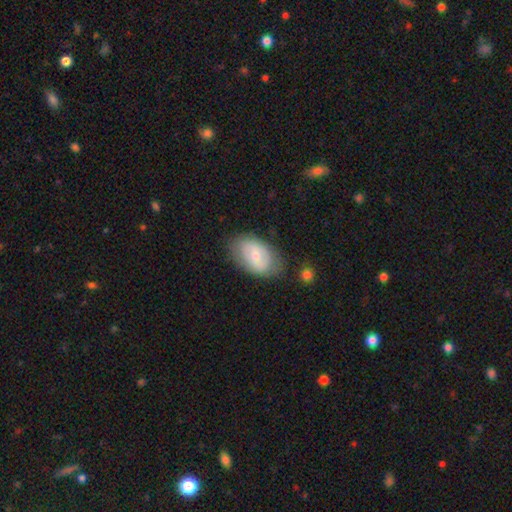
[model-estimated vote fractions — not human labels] smooth-or-featured: smooth: 48% | featured or disk: 45% | star or artifact: 6%
  merging: none: 74% | minor disturbance: 18% | major disturbance: 6% | merger: 2%